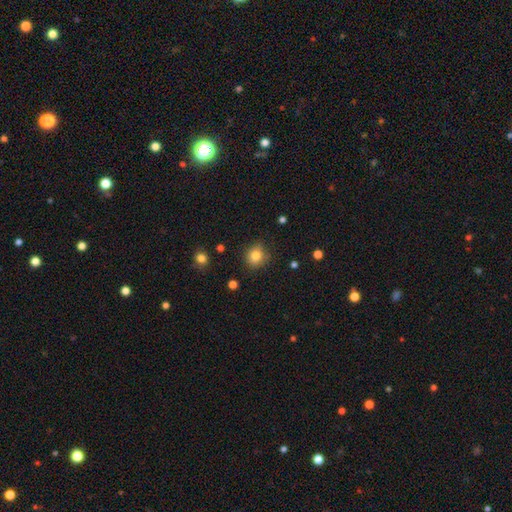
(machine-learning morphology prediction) smooth 82%, star or artifact 11%, featured or disk 7%. Down the decision tree: how rounded — round (78%); merging — none (83%).